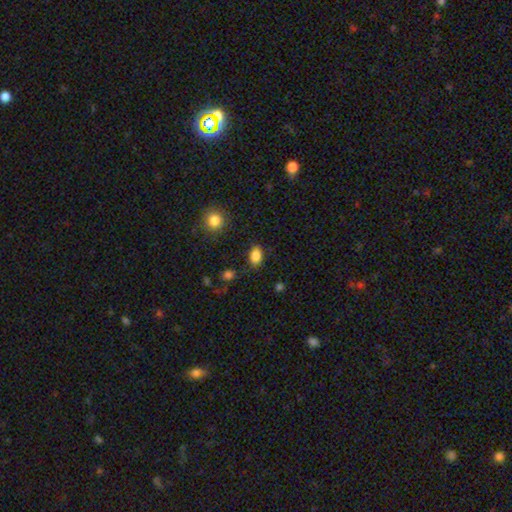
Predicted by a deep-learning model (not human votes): Morphology: type=smooth (85%); roundness=in between (85%); merging=none (83%).